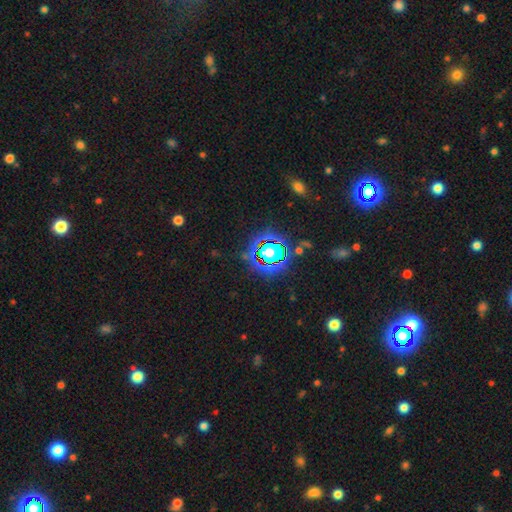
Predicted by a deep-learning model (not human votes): This appears to be a star or artifact, not a galaxy (80%).